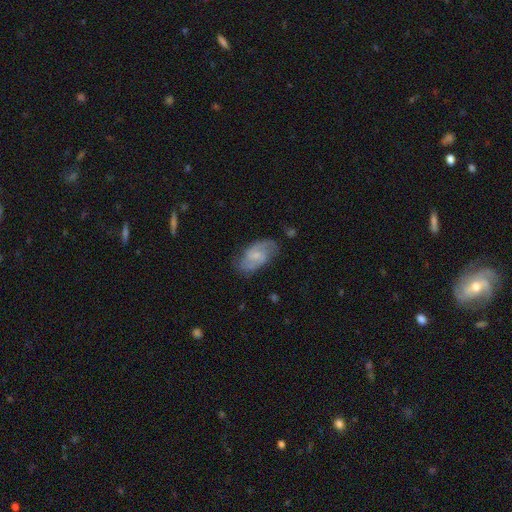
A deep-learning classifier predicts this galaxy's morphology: smooth-or-featured: featured or disk: 73% | smooth: 21% | star or artifact: 6%
  disk-edge-on: no: 96% | yes: 4%
    bar: weak: 48% | no: 44% | strong: 8%
    has-spiral-arms: yes: 93% | no: 7%
      spiral-winding: medium: 50% | tight: 27% | loose: 23%
      spiral-arm-count: 2: 84% | can't tell: 9% | 3: 3% | 1: 2% | 4: 1% | more than 4: 1%
    bulge-size: small: 58% | moderate: 28% | none: 11% | large: 2% | dominant: 1%
  merging: none: 71% | minor disturbance: 20% | major disturbance: 7% | merger: 2%